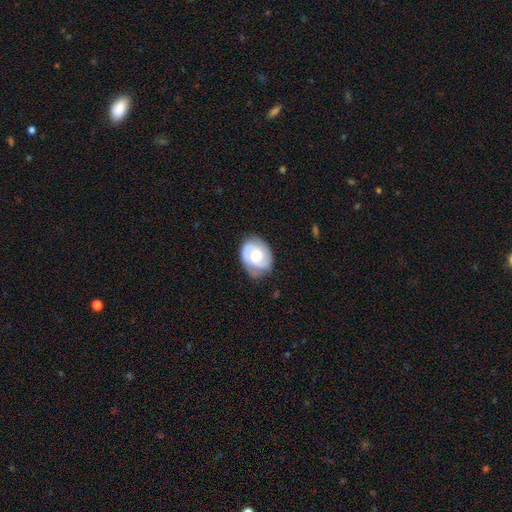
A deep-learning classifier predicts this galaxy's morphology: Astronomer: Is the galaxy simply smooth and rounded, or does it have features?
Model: featured or disk — 79%.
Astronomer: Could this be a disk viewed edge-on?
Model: no — 98%.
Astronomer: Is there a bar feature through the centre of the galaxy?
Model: no — 54% (runner-up: weak, 38%).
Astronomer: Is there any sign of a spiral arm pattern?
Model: yes — 94%.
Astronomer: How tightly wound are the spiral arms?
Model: tight — 52% (runner-up: medium, 39%).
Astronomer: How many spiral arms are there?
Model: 2 — 80%.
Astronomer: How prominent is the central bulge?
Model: moderate — 63%.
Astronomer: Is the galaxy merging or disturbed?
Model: none — 75%.